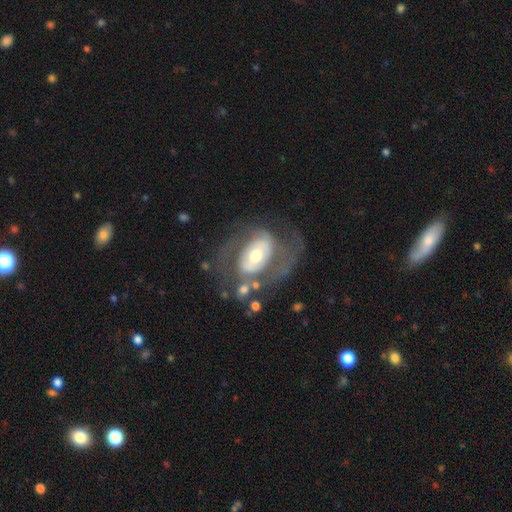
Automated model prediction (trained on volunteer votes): This is likely a featured or disk galaxy (75%). It is clearly not viewed edge-on (95%). Bar: marginally no (45%). Spiral arm pattern: likely yes (72%). Spiral arm count: likely 2 (67%). Spiral winding: marginally medium (43%). Central bulge: likely moderate (63%). Merging: possibly none (52%).